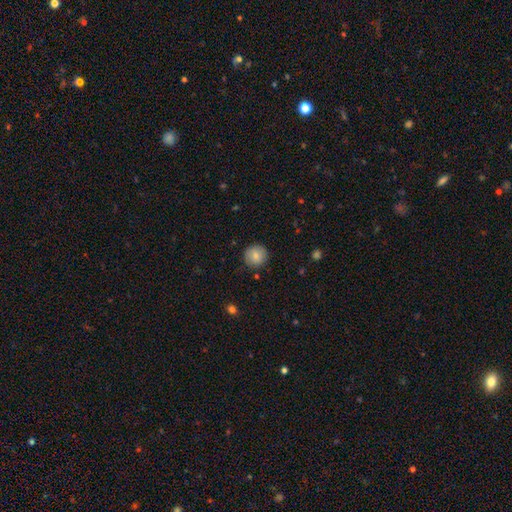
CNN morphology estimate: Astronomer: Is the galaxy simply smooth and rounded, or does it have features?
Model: smooth — 81%.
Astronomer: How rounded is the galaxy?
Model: round — 94%.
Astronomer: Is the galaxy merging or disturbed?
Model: none — 87%.